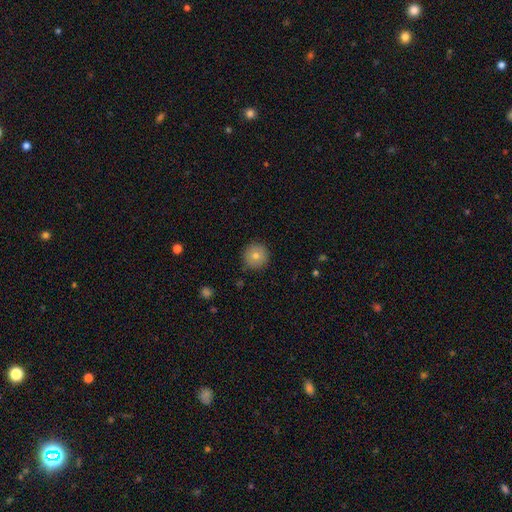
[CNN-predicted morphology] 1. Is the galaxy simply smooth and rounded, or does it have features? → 76% smooth, 13% featured or disk, 10% star or artifact.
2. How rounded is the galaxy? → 95% round, 4% in between, 1% cigar-shaped.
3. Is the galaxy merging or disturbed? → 90% none, 7% minor disturbance, 2% major disturbance, 1% merger.